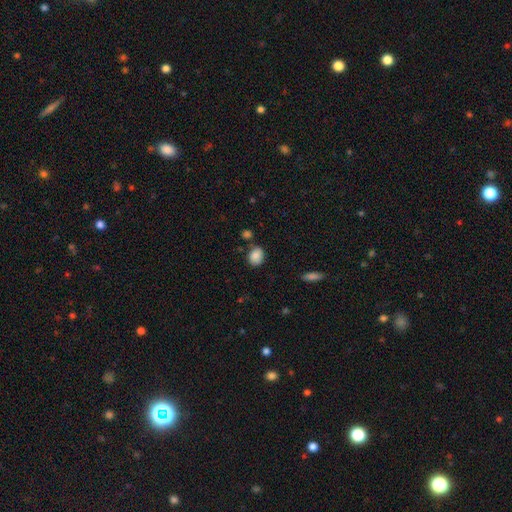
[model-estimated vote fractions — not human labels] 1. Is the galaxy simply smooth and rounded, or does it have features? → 86% smooth, 8% star or artifact, 5% featured or disk.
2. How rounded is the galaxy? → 52% in between, 47% round, 1% cigar-shaped.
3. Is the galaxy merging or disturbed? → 74% none, 15% minor disturbance, 6% merger, 4% major disturbance.